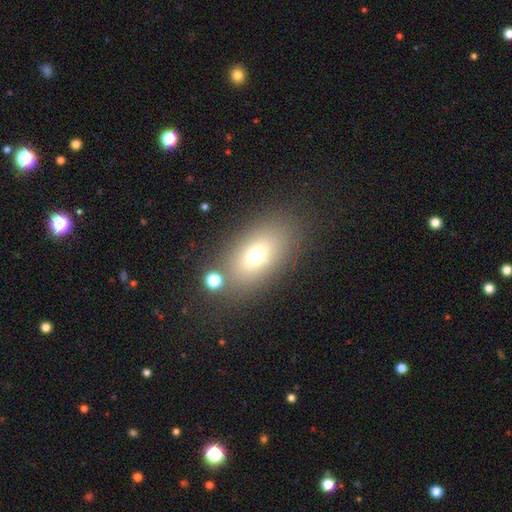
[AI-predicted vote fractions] Overall: smooth (69%). How rounded: in between (84%). Merging: none (75%).